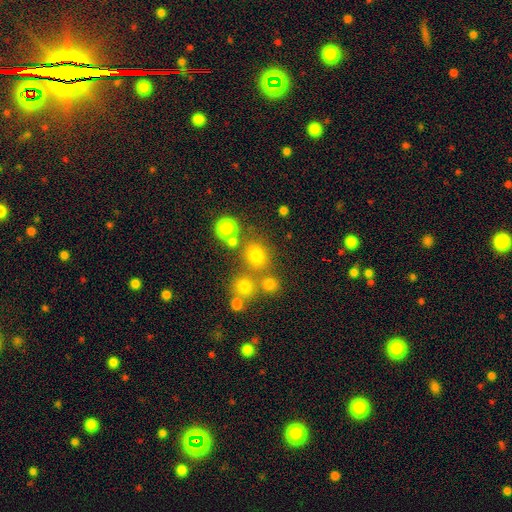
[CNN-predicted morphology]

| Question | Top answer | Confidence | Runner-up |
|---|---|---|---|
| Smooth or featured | smooth | 73% | star or artifact (19%) |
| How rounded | round | 80% | in between (19%) |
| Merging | none | 70% | merger (17%) |